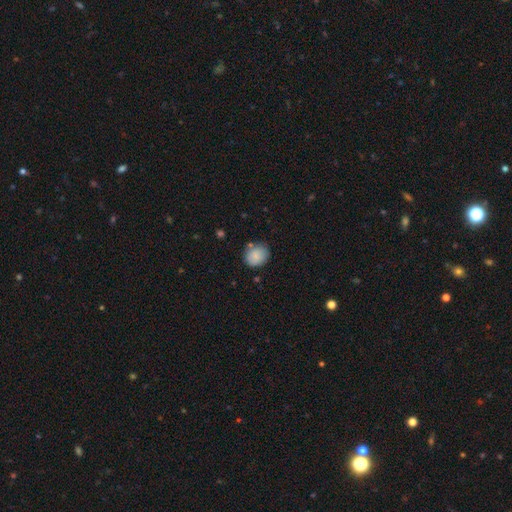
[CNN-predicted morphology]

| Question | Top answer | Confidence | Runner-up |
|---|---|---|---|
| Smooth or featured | smooth | 85% | star or artifact (7%) |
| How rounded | round | 70% | in between (29%) |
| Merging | none | 74% | minor disturbance (18%) |